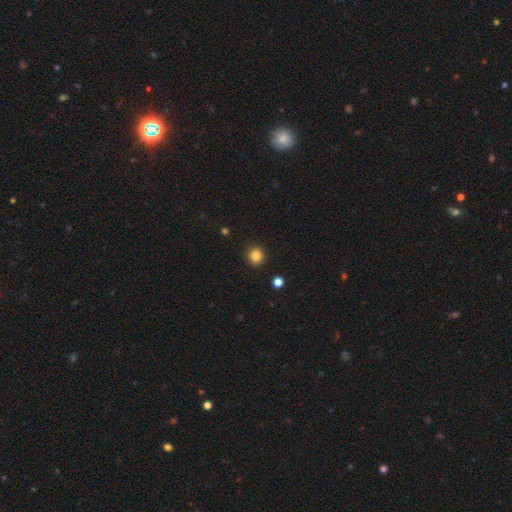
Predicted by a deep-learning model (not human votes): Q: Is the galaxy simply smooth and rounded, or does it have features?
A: smooth — 85%.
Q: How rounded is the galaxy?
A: round — 89%.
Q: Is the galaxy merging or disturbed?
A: none — 91%.